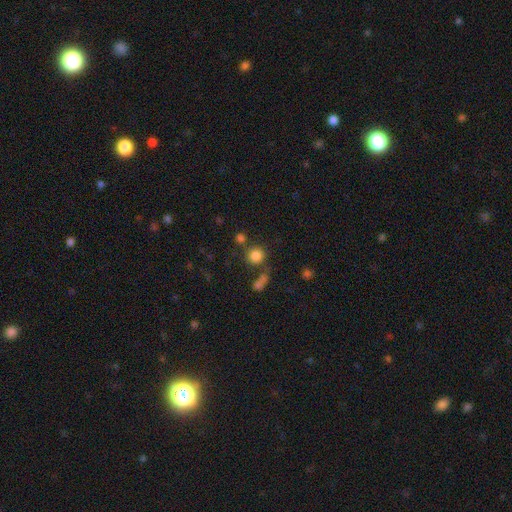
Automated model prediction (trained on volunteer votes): smooth_or_featured: smooth (p=0.81) [alt: star or artifact p=0.13]
how_rounded: round (p=0.92) [alt: in between p=0.07]
merging: none (p=0.71) [alt: merger p=0.15]